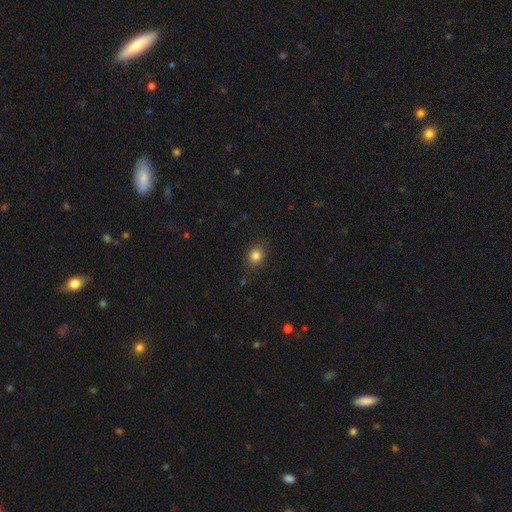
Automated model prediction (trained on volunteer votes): Smooth or featured?
  - smooth: 83% *
  - star or artifact: 12%
  - featured or disk: 5%
How rounded?
  - round: 71% *
  - in between: 28%
  - cigar-shaped: 1%
Merging?
  - none: 85% *
  - minor disturbance: 10%
  - major disturbance: 3%
  - merger: 1%